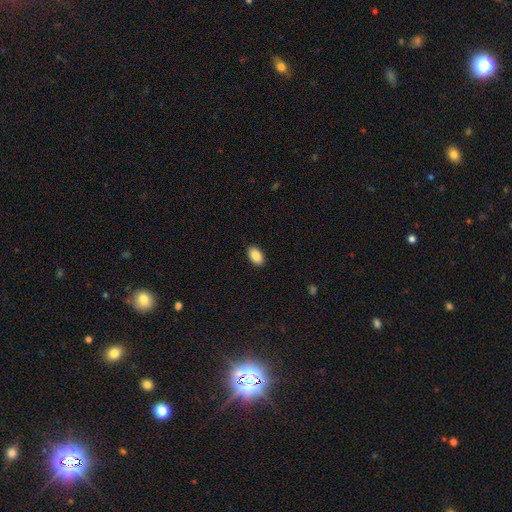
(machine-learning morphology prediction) smooth 88%, star or artifact 7%, featured or disk 5%. Down the decision tree: how rounded — in between (93%); merging — none (90%).